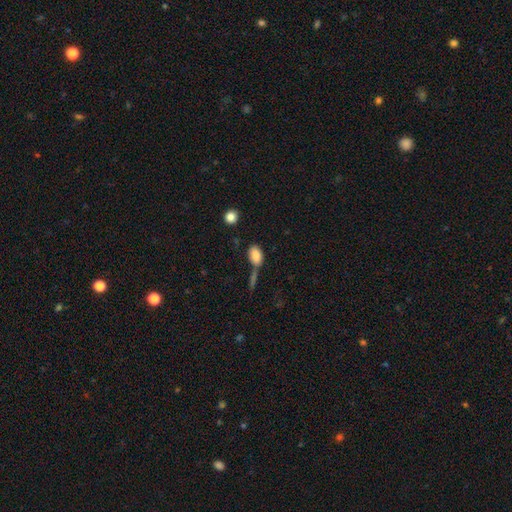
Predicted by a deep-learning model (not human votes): Overall: smooth (85%). How rounded: in between (87%). Merging: none (50%; merger 25%).